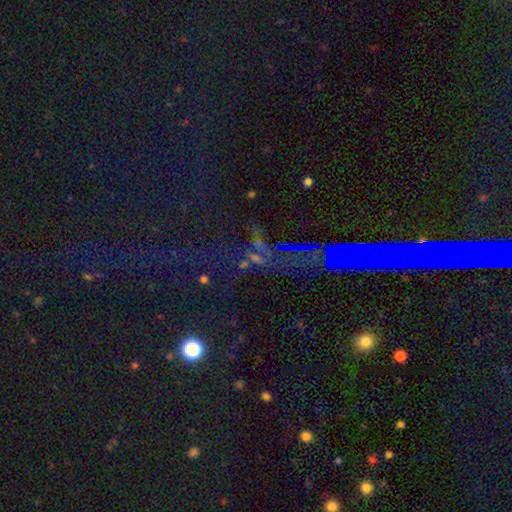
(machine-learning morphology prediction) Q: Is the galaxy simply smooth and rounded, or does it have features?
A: star or artifact — 70%.